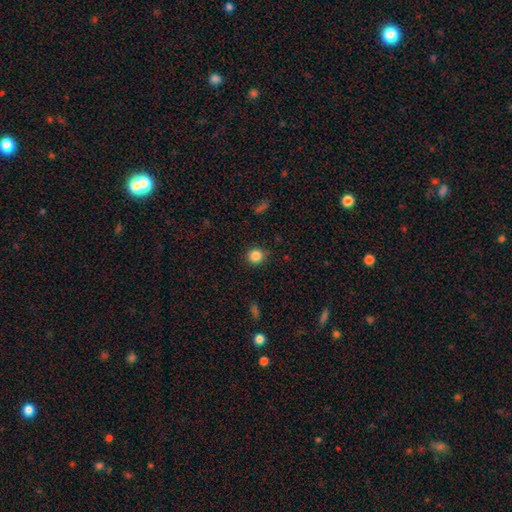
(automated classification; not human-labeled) Smooth or featured?
  - smooth: 85% *
  - star or artifact: 11%
  - featured or disk: 5%
How rounded?
  - round: 90% *
  - in between: 9%
  - cigar-shaped: 1%
Merging?
  - none: 87% *
  - minor disturbance: 9%
  - major disturbance: 2%
  - merger: 1%